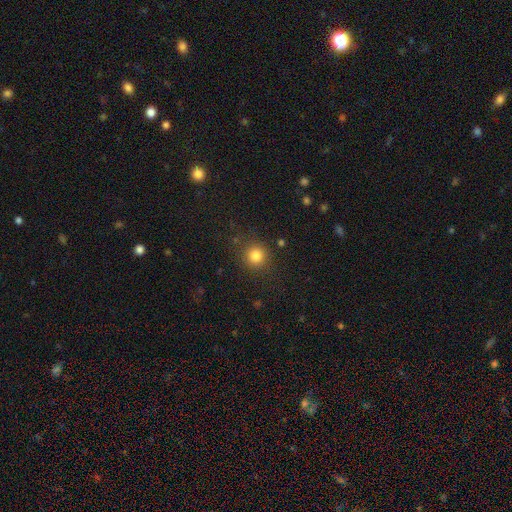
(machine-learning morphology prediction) The model was most divided on "smooth or featured": smooth: 82%, star or artifact: 12%, featured or disk: 5%. More confident: how rounded — round (92%); merging — none (87%).